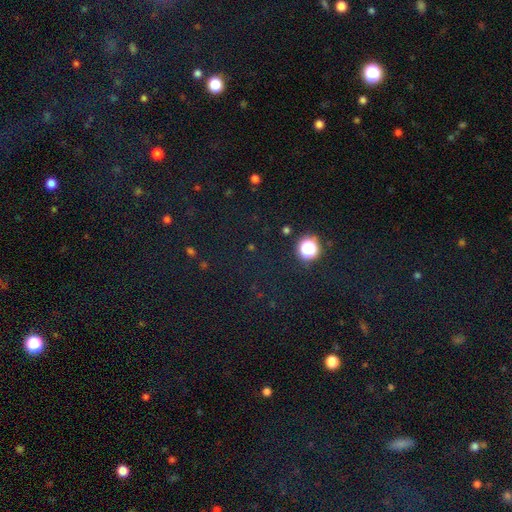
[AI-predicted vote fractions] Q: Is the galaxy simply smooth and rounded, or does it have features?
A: star or artifact — 74%.